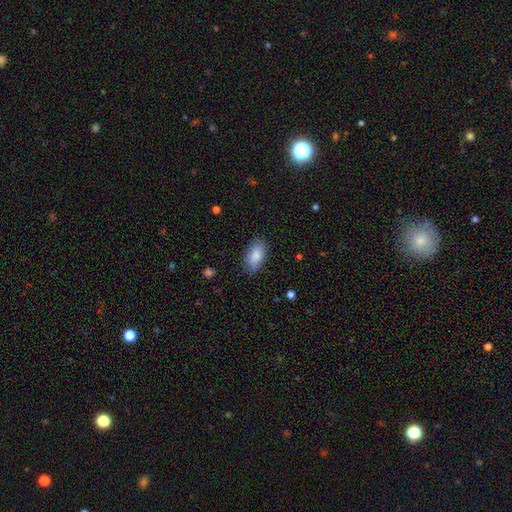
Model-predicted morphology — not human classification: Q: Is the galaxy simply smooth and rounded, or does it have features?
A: smooth — 85%.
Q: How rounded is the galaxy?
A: in between — 93%.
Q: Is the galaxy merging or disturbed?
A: none — 82%.